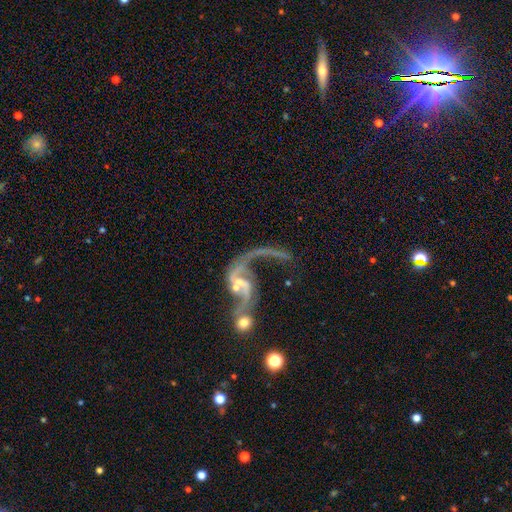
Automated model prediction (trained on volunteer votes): Smooth or featured? featured or disk (71%)
Edge-on disk? no (92%)
Bar? no (61%)
Spiral arms? yes (76%)
Bulge size? small (38%)
Merging? merger (41%)